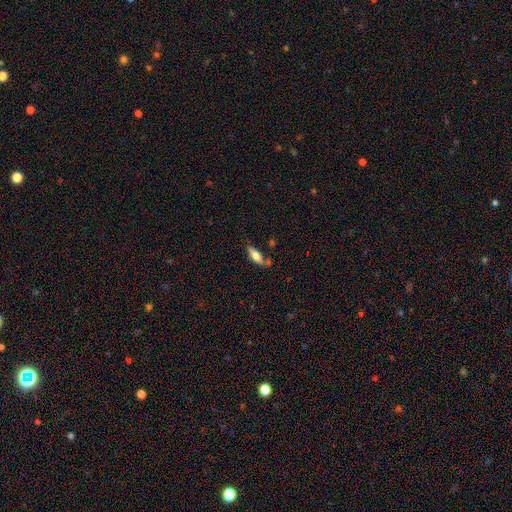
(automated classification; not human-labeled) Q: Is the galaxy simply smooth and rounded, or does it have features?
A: smooth — 67%.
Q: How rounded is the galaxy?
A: in between — 65%.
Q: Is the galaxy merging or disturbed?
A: none — 57%.